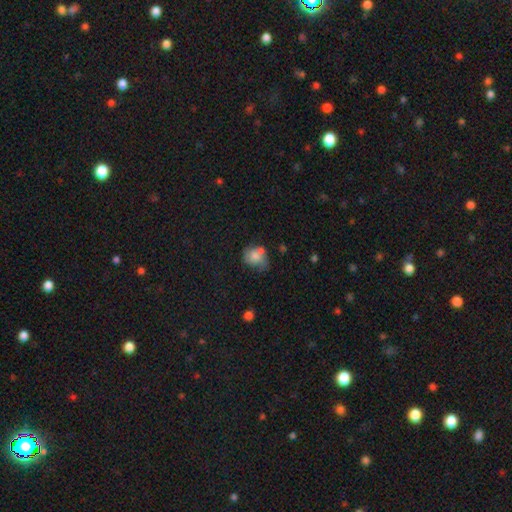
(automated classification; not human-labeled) This is likely a smooth galaxy (65%). How rounded: possibly round (58%). Merging: marginally none (39%).